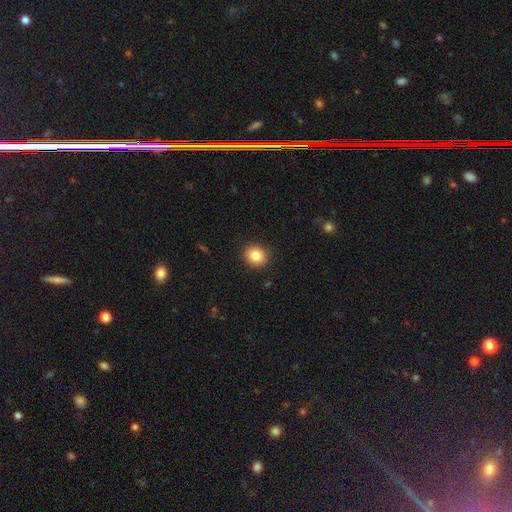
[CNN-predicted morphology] Smooth or featured: smooth — 84% (star or artifact — 10%)
How rounded: round — 77% (in between — 22%)
Merging: none — 89% (minor disturbance — 8%)